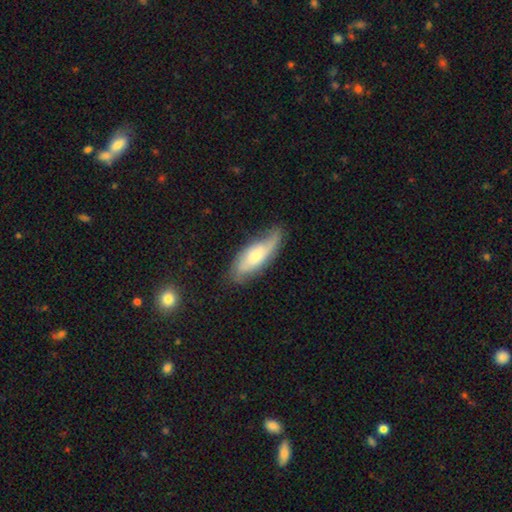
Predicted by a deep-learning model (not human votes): A featured or disk galaxy (51%).

Vote fractions:
- Smooth or featured? featured or disk: 51% / smooth: 42% / star or artifact: 6%
- Edge-on disk? no: 76% / yes: 24%
- Merging? none: 65% / minor disturbance: 25% / major disturbance: 8% / merger: 2%